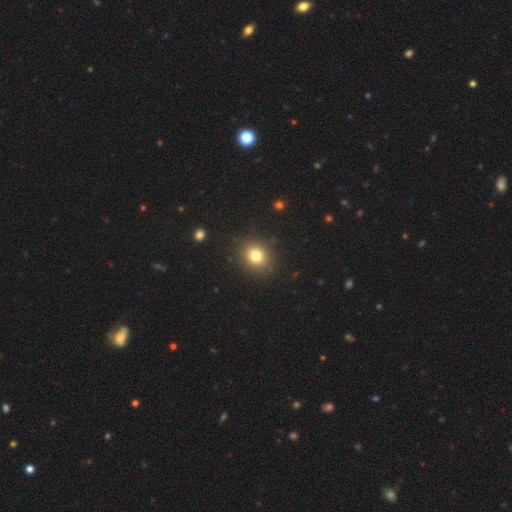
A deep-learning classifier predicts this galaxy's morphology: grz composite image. It shows a smooth galaxy with no disk features (79%) that is round (74%). Merging: none (88%).